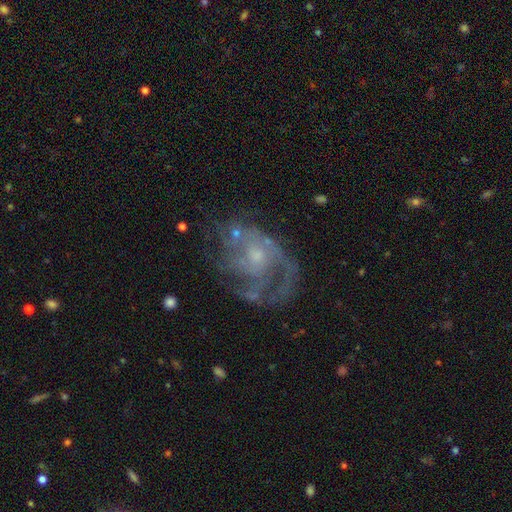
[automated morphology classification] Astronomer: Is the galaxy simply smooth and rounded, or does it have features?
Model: featured or disk — 80%.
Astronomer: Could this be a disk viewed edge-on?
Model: no — 98%.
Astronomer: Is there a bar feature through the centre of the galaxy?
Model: no — 75%.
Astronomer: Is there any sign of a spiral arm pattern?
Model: yes — 80%.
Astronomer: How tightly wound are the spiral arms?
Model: medium — 41% (runner-up: tight, 33%).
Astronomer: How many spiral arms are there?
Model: can't tell — 36% (runner-up: 3, 21%).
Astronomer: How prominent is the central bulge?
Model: small — 52% (runner-up: moderate, 35%).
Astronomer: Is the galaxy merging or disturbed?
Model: none — 48% (runner-up: major disturbance, 29%).